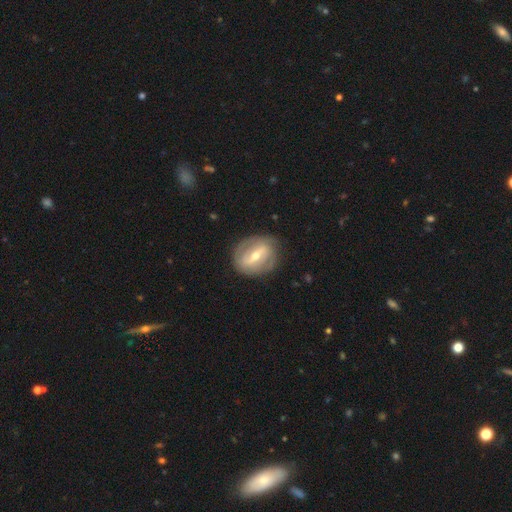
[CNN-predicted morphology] smooth-or-featured: featured or disk: 73% | smooth: 21% | star or artifact: 6%
  disk-edge-on: no: 93% | yes: 7%
    bar: strong: 58% | weak: 32% | no: 11%
    has-spiral-arms: yes: 64% | no: 36%
    bulge-size: moderate: 53% | small: 43% | large: 2% | none: 1% | dominant: 1%
  merging: none: 80% | minor disturbance: 14% | major disturbance: 5% | merger: 1%